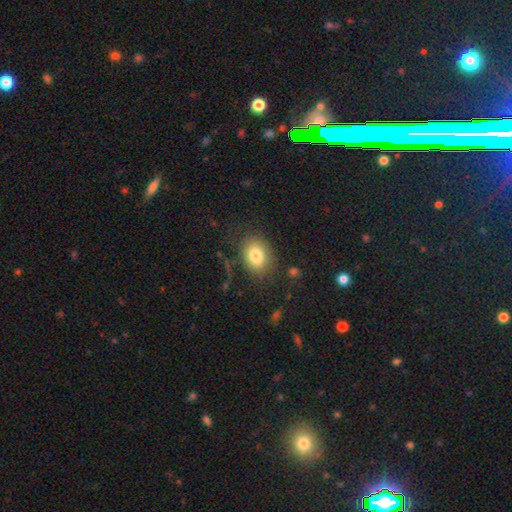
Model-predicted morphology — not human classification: This is clearly a smooth galaxy (81%). How rounded: likely in between (64%). Merging: likely none (77%).